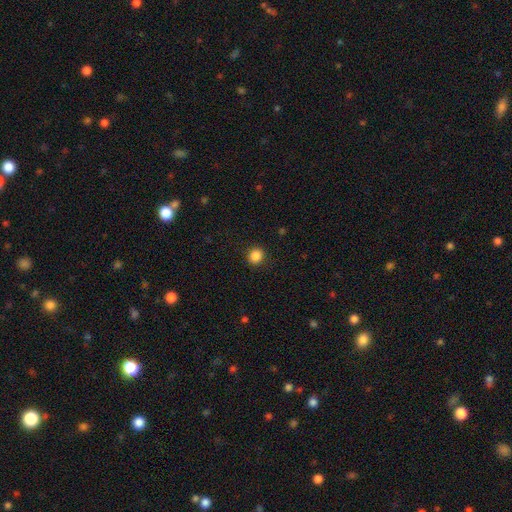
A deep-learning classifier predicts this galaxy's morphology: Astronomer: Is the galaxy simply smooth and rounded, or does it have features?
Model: smooth — 87%.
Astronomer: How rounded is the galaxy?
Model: round — 83%.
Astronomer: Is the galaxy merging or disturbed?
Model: none — 90%.